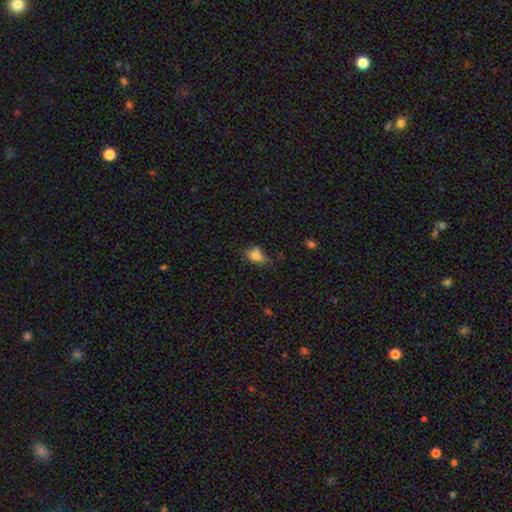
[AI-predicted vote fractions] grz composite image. It shows a smooth galaxy with no disk features (75%) that is in between round and cigar-shaped (80%). Merging: none (52%).